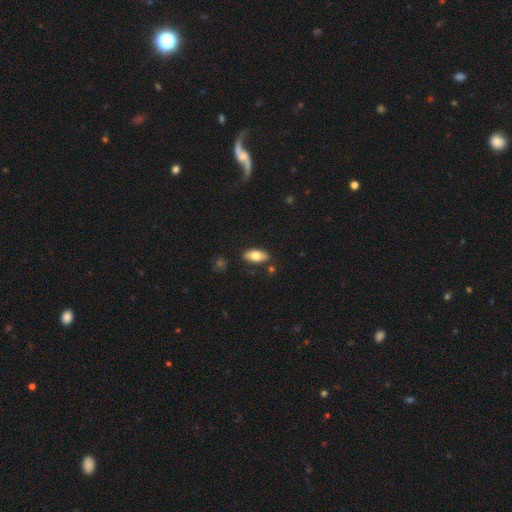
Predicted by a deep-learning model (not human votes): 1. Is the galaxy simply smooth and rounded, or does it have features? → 77% smooth, 17% featured or disk, 6% star or artifact.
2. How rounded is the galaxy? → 90% in between, 8% cigar-shaped, 2% round.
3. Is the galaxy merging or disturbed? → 86% none, 10% minor disturbance, 2% merger, 2% major disturbance.